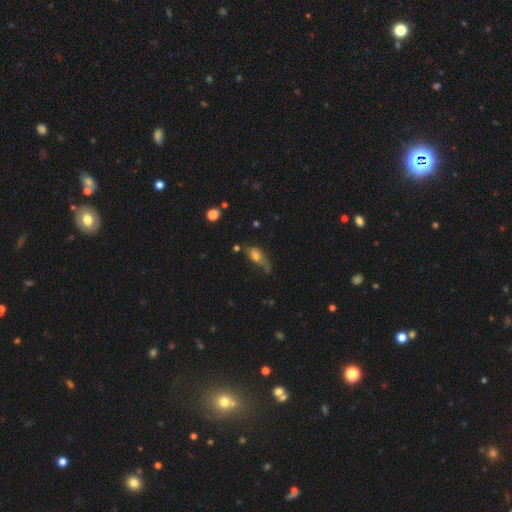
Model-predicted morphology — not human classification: This appears to be a smooth galaxy with no disk features (68%) that is in between round and cigar-shaped (80%). Merging: none (40%).